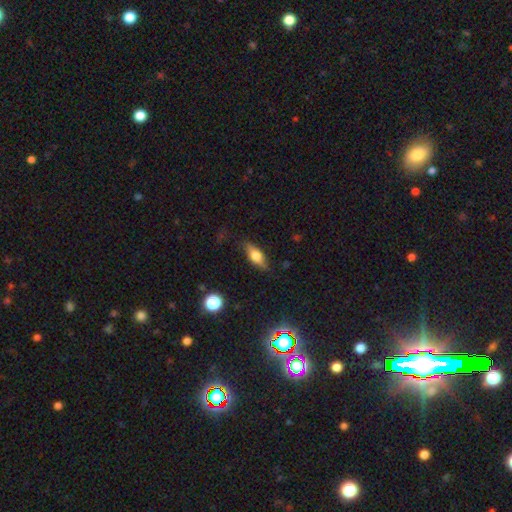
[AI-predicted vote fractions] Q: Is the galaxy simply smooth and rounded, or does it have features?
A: smooth — 63%.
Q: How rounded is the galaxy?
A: in between — 73%.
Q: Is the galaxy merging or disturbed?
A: none — 78%.